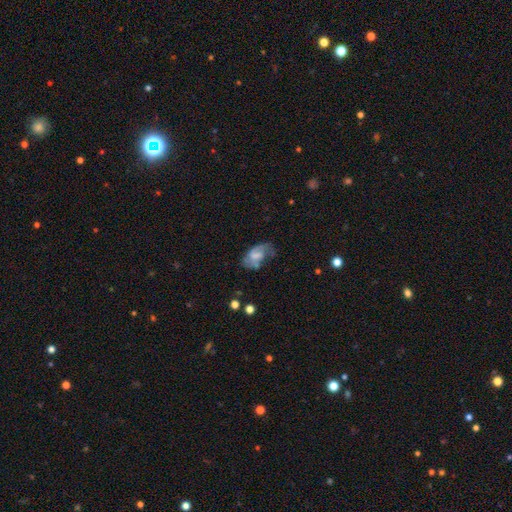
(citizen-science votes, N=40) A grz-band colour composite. It shows a featured or disk galaxy (65%) with a weak bar (42%, tied with no), 2 (41%) medium (36%, tied with loose) spiral arms (85%) and no central bulge (31%). Merging: none (57%).